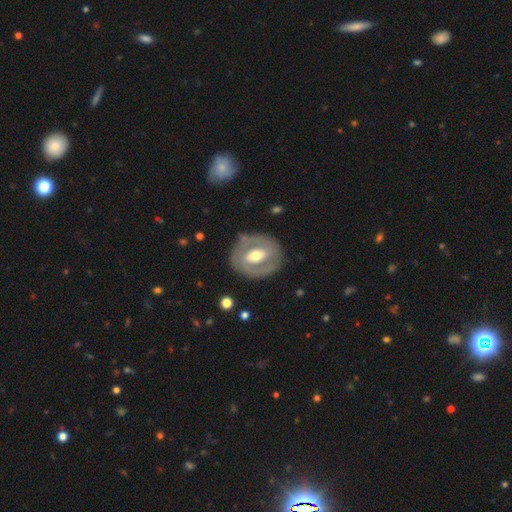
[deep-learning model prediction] smooth_or_featured: featured or disk (p=0.69) [alt: smooth p=0.27]
disk_edge_on: no (p=0.95) [alt: yes p=0.05]
bar: weak (p=0.38) [alt: no p=0.31]
has_spiral_arms: no (p=0.56) [alt: yes p=0.44]
bulge_size: moderate (p=0.71) [alt: large p=0.13]
merging: none (p=0.80) [alt: minor disturbance p=0.13]